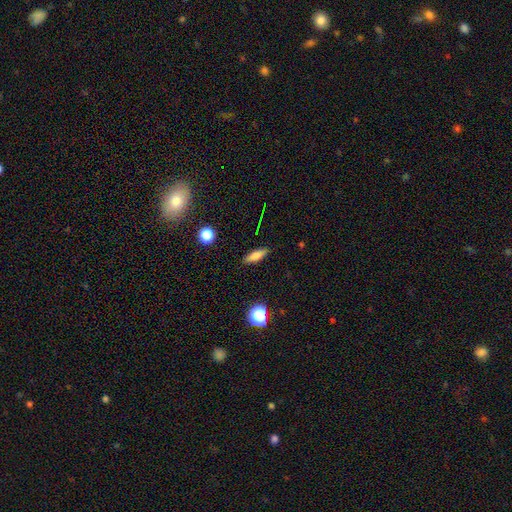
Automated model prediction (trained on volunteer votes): smooth_or_featured: smooth (p=0.74) [alt: featured or disk p=0.16]
how_rounded: cigar-shaped (p=0.54) [alt: in between p=0.42]
merging: none (p=0.88) [alt: minor disturbance p=0.09]